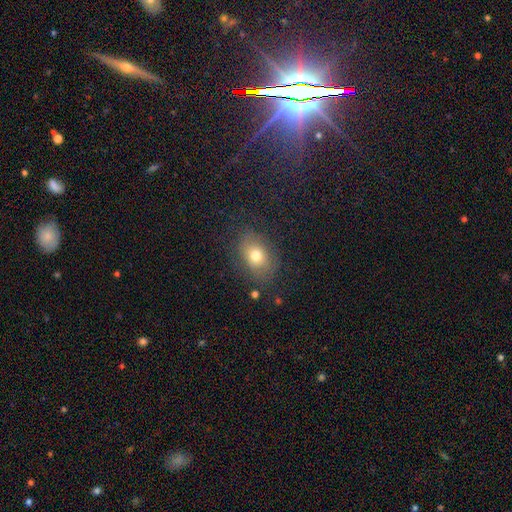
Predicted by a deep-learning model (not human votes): smooth 72%, featured or disk 16%, star or artifact 13%. Down the decision tree: how rounded — in between (68%); merging — none (76%).